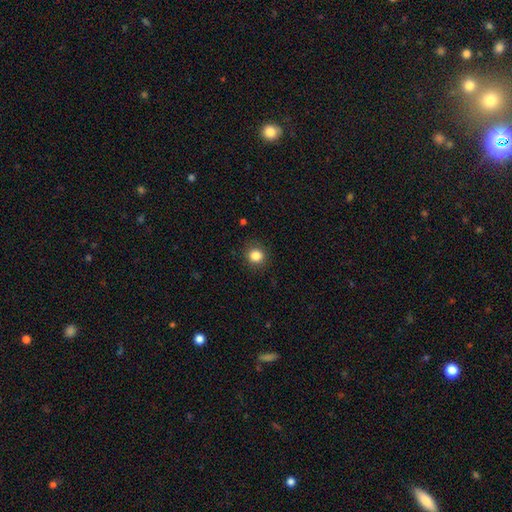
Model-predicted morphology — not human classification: A smooth galaxy with no disk features (84%) that is round (87%).

Vote fractions:
- Smooth or featured? smooth: 84% / star or artifact: 11% / featured or disk: 5%
- How rounded? round: 87% / in between: 12% / cigar-shaped: 1%
- Merging? none: 88% / minor disturbance: 9% / major disturbance: 3% / merger: 1%